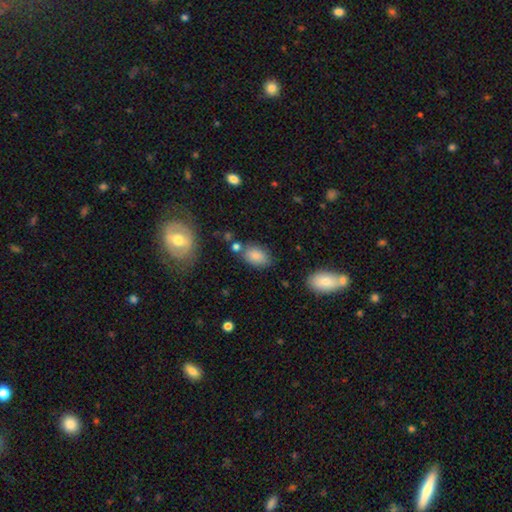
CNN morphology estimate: Smooth or featured? Predicted: smooth (p=0.83). How rounded? Predicted: in between (p=0.90). Merging? Predicted: none (p=0.69).